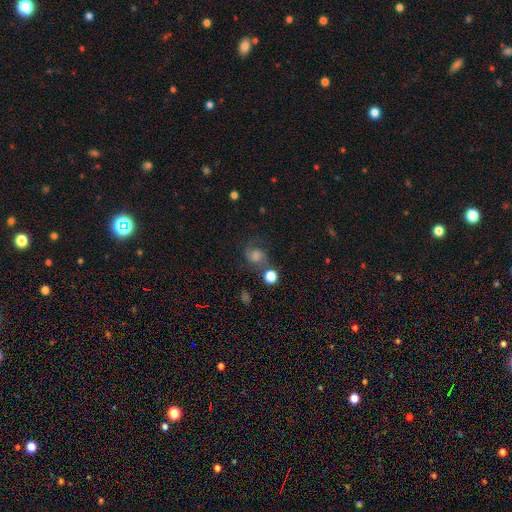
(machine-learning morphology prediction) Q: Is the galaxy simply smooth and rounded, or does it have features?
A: featured or disk — 49%.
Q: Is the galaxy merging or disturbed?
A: none — 66%.